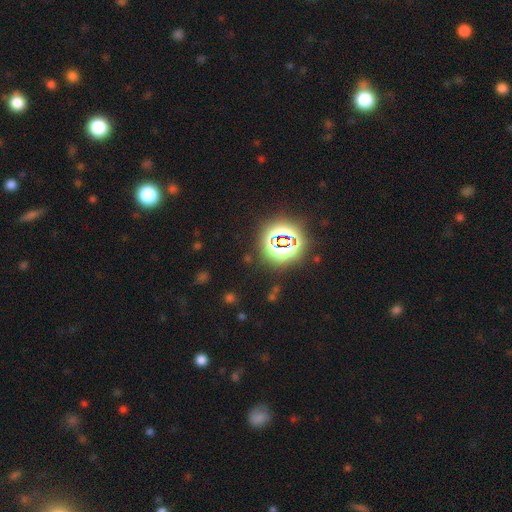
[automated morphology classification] type=star or artifact (82%).